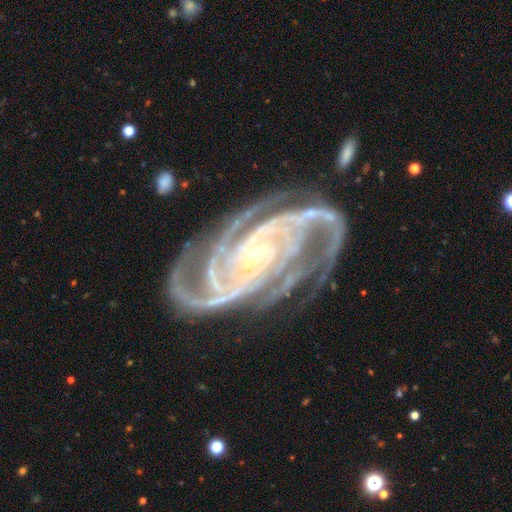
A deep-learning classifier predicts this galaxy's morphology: type=featured or disk (94%); edge-on=no (97%); bar=no (59%); spiral arms=yes (99%); winding=tight (66%); arm count=3 (29%); bulge=small (82%); merging=none (71%).